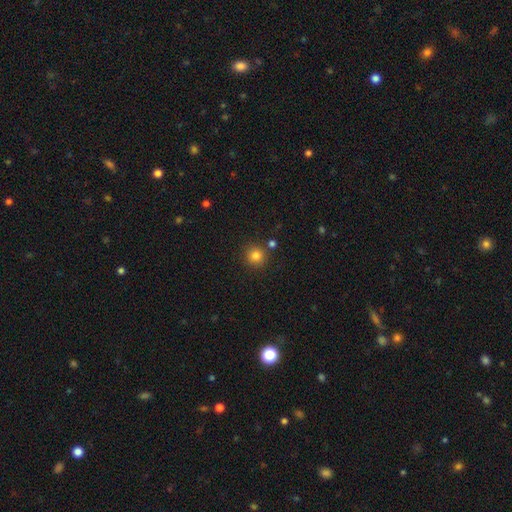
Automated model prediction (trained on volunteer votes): smooth-or-featured: smooth: 82% | star or artifact: 13% | featured or disk: 5%
  how-rounded: round: 93% | in between: 6% | cigar-shaped: 1%
  merging: none: 83% | minor disturbance: 8% | merger: 7% | major disturbance: 2%